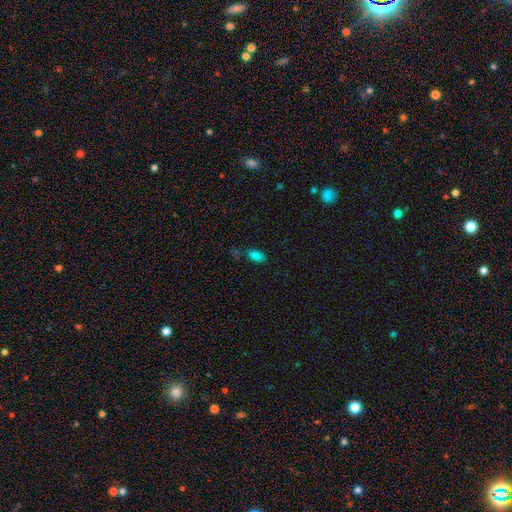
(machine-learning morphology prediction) smooth 82%, star or artifact 13%, featured or disk 5%. Down the decision tree: how rounded — in between (91%); merging — none (65%).